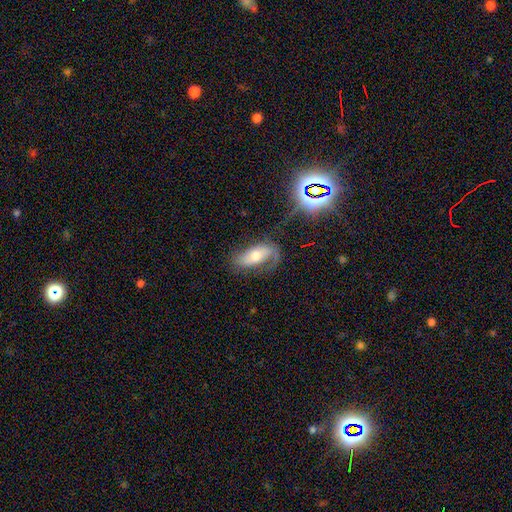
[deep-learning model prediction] The model was most divided on "smooth or featured": featured or disk: 55%, smooth: 36%, star or artifact: 9%. More confident: edge-on disk — no (88%); merging — none (52%).